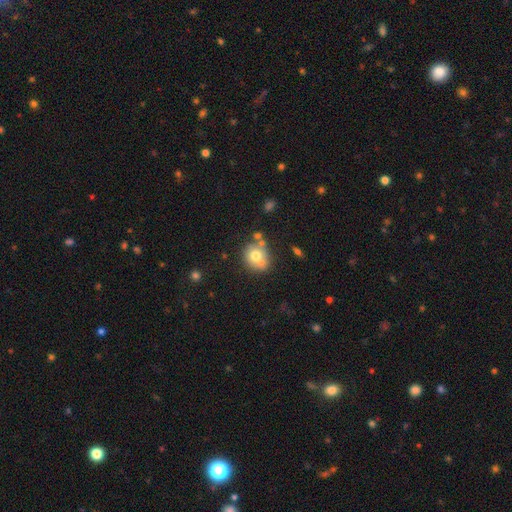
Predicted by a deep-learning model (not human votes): Smooth or featured? Predicted: smooth (p=0.68). How rounded? Predicted: round (p=0.76). Merging? Predicted: none (p=0.54).